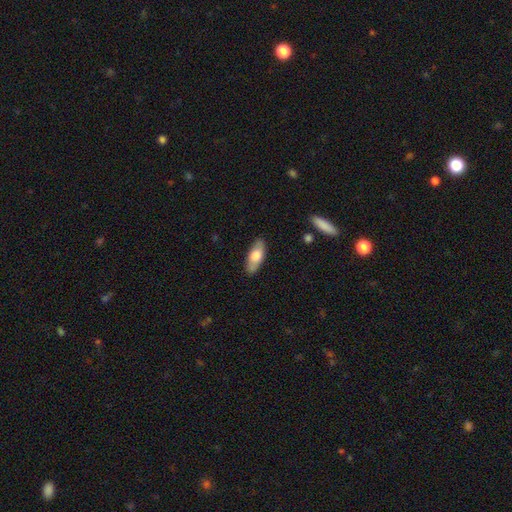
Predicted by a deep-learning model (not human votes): The model was most divided on "smooth or featured": smooth: 65%, featured or disk: 29%, star or artifact: 6%. More confident: merging — none (83%); how rounded — in between (77%).